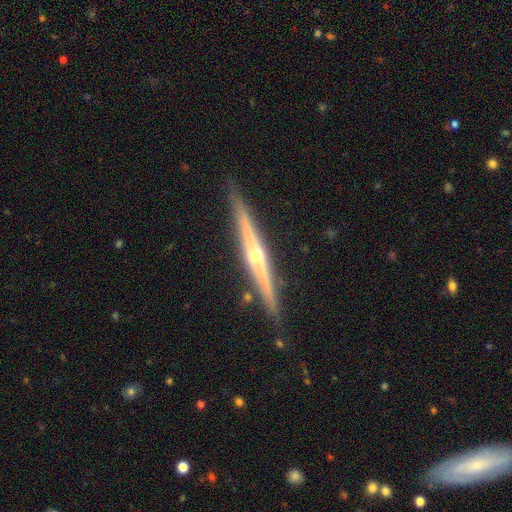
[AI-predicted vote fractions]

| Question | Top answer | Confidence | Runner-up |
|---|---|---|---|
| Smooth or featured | featured or disk | 79% | smooth (15%) |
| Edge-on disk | yes | 98% | no (2%) |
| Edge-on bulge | rounded | 87% | none (10%) |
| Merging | none | 88% | minor disturbance (9%) |